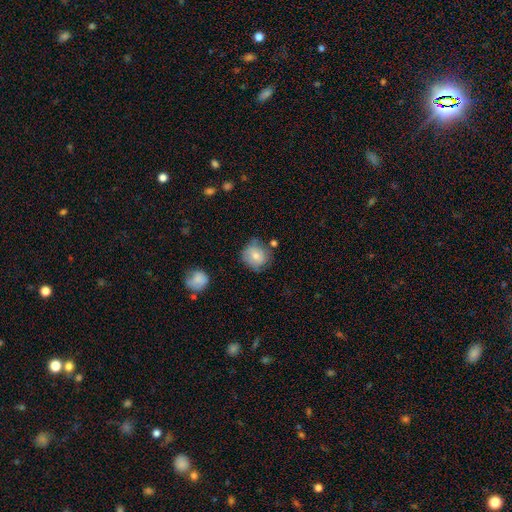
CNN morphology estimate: A smooth galaxy with no disk features (72%) that is round (82%). Merging: none (61%).